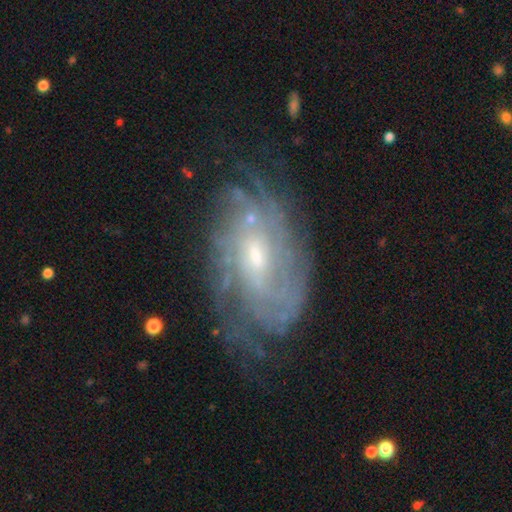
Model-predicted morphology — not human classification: Smooth or featured? Predicted: featured or disk (p=0.84). Edge-on disk? Predicted: no (p=0.95). Bar? Predicted: no (p=0.52). Spiral arms? Predicted: yes (p=0.92). Spiral winding? Predicted: tight (p=0.66). Spiral arm count? Predicted: can't tell (p=0.49). Bulge size? Predicted: small (p=0.60). Merging? Predicted: none (p=0.70).